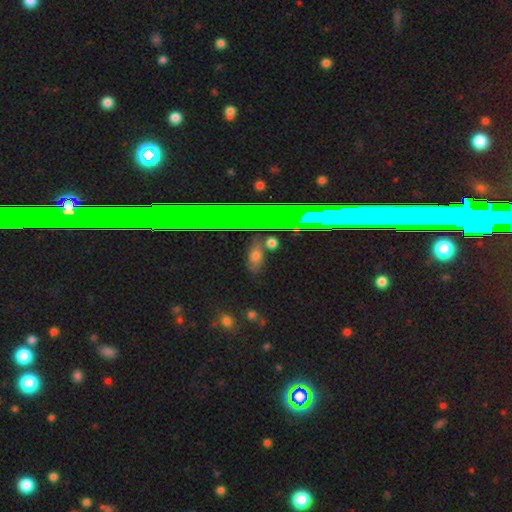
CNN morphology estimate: smooth 47%, star or artifact 36%, featured or disk 17%. Down the decision tree: merging — none (78%).